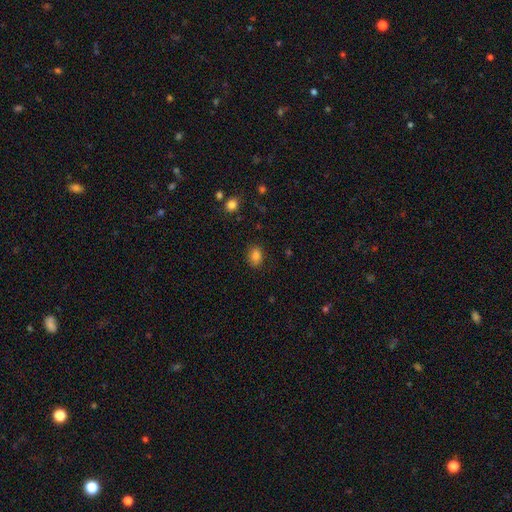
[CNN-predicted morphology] smooth_or_featured: smooth (p=0.84) [alt: star or artifact p=0.11]
how_rounded: in between (p=0.69) [alt: round p=0.30]
merging: none (p=0.84) [alt: minor disturbance p=0.11]